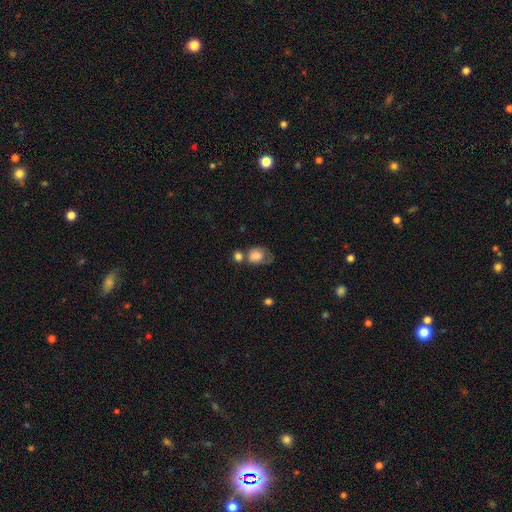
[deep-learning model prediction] The model was most divided on "merging": merger: 30%, none: 29%, minor disturbance: 23%, major disturbance: 18%. More confident: smooth or featured — smooth (77%); how rounded — in between (54%).